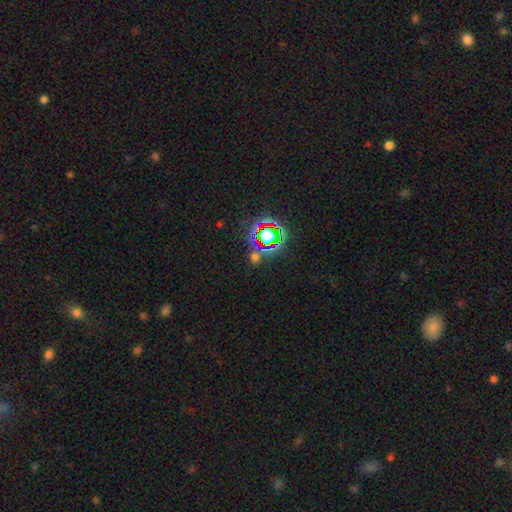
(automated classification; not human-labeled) The model was most divided on "smooth or featured": star or artifact: 72%, smooth: 19%, featured or disk: 10%.